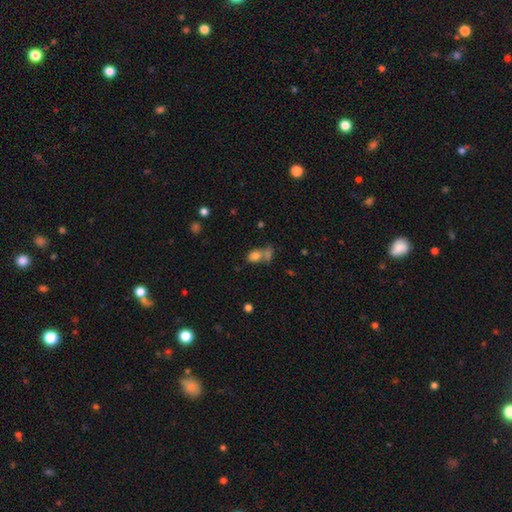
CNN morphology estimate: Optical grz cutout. It shows a smooth galaxy with no disk features (78%) that is in between round and cigar-shaped (72%). Merging: merger (46%).